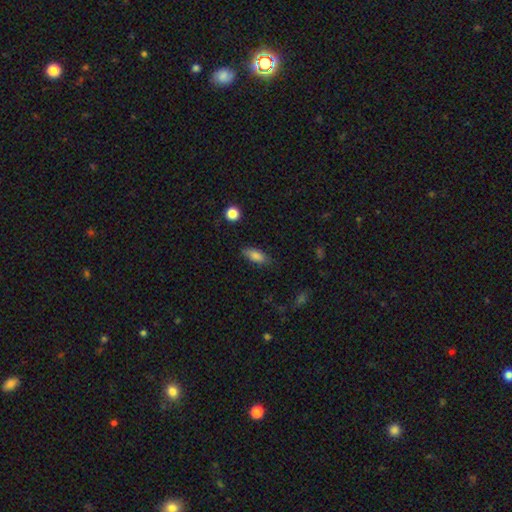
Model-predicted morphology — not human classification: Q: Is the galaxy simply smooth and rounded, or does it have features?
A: smooth — 83%.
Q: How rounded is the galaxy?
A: in between — 77%.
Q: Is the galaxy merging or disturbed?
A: none — 78%.